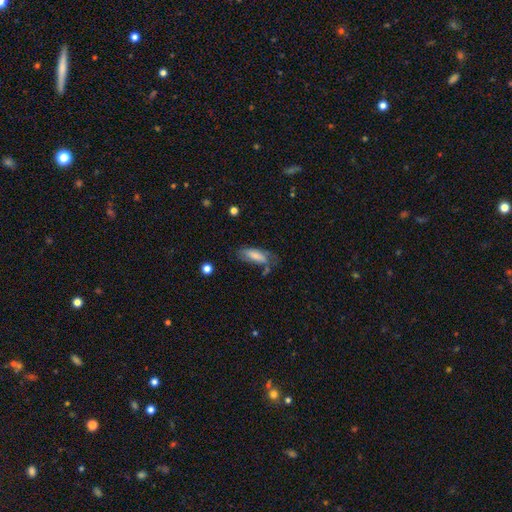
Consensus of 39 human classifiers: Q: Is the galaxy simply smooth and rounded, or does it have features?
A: smooth — 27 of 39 (69%).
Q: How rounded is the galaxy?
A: in between — 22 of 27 (81%).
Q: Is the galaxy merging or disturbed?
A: minor disturbance — 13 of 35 (37%).